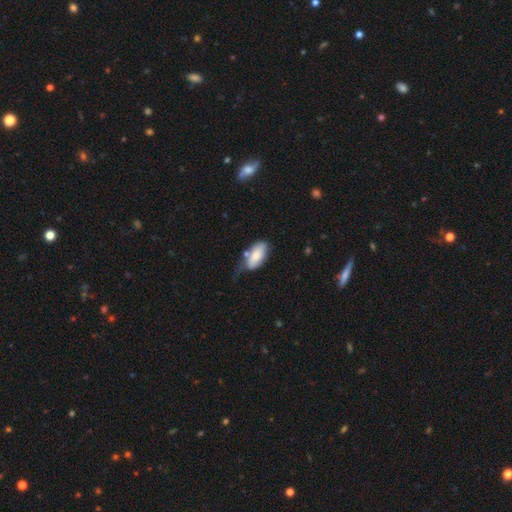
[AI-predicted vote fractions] Overall: smooth (77%). How rounded: in between (92%). Merging: none (38%; minor disturbance 35%).